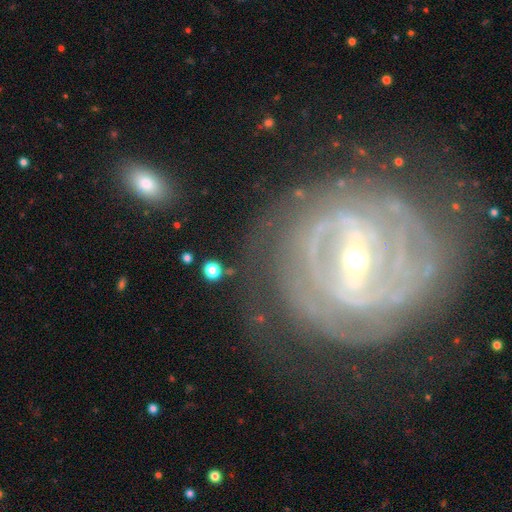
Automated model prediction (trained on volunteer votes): Morphology: type=featured or disk (89%); edge-on=no (96%); bar=strong (59%); spiral arms=yes (94%); winding=tight (76%); arm count=can't tell (33%); bulge=small (63%); merging=none (74%).